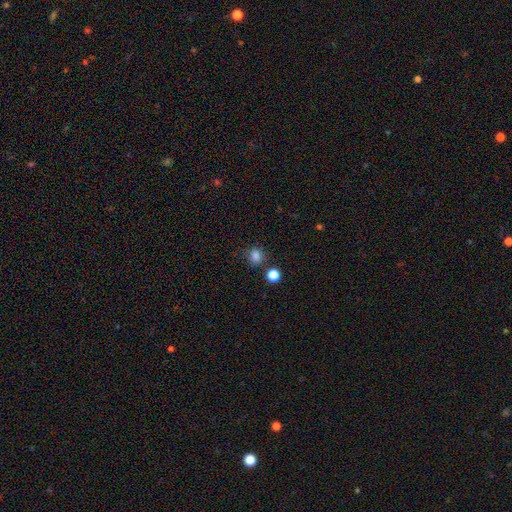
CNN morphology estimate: This appears to be a smooth galaxy with no disk features (81%) that is round (75%). Merging: none (75%).